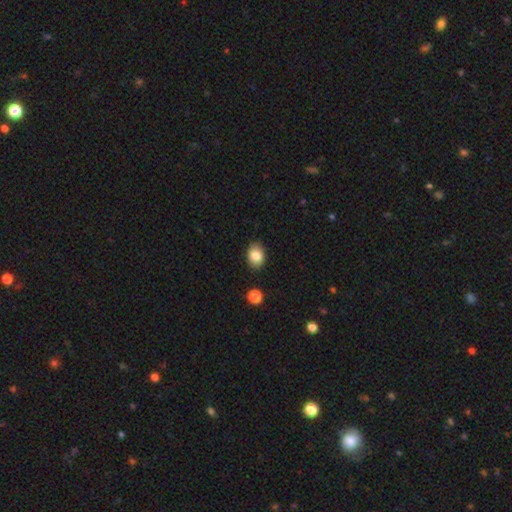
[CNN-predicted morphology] A smooth galaxy with no disk features (84%) that is in between round and cigar-shaped (72%). Merging: none (87%).